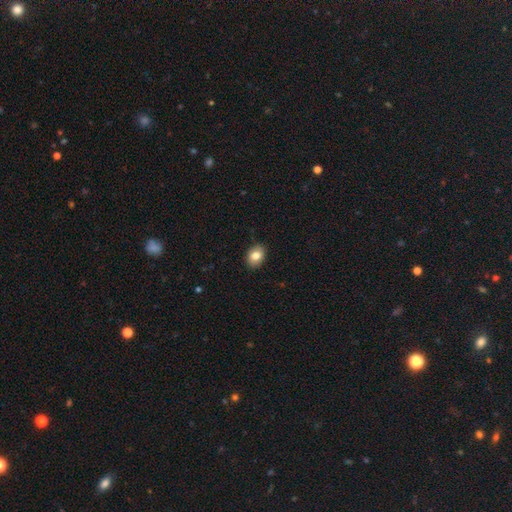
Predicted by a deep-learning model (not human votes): smooth-or-featured: smooth: 82% | featured or disk: 10% | star or artifact: 8%
  how-rounded: in between: 67% | round: 32% | cigar-shaped: 1%
  merging: none: 87% | minor disturbance: 10% | major disturbance: 2% | merger: 1%